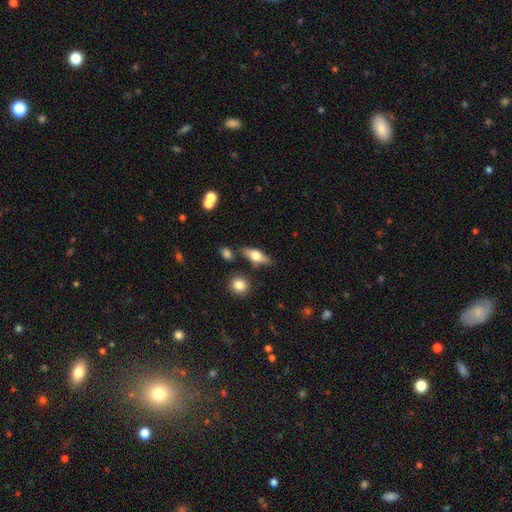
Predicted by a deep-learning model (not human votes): Smooth or featured: smooth — 51% (featured or disk — 41%)
How rounded: in between — 66% (cigar-shaped — 28%)
Merging: none — 77% (minor disturbance — 13%)